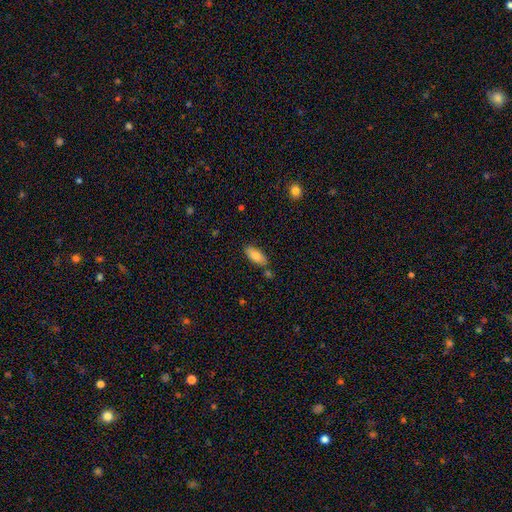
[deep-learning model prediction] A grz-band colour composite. It shows a smooth galaxy with no disk features (83%) that is in between round and cigar-shaped (85%). Merging: none (77%).